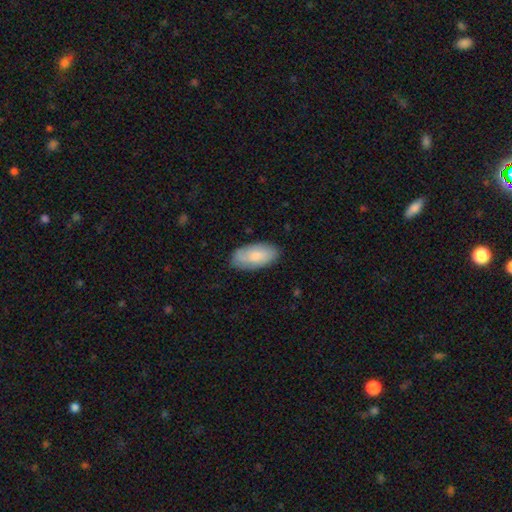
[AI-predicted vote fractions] smooth_or_featured: smooth (p=0.78) [alt: featured or disk p=0.17]
how_rounded: in between (p=0.94) [alt: cigar-shaped p=0.04]
merging: none (p=0.82) [alt: minor disturbance p=0.14]